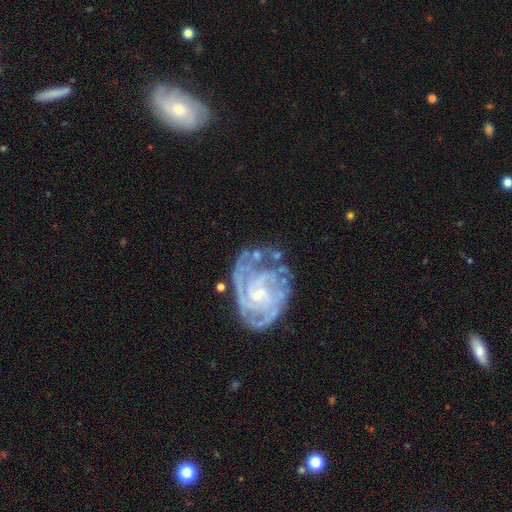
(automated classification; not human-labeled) Smooth or featured: featured or disk — 88% (smooth — 6%)
Edge-on disk: no — 98% (yes — 2%)
Bar: no — 57% (weak — 36%)
Spiral arms: yes — 95% (no — 5%)
Spiral winding: tight — 64% (medium — 29%)
Spiral arm count: can't tell — 32% (3 — 21%)
Bulge size: small — 71% (moderate — 22%)
Merging: none — 52% (minor disturbance — 25%)